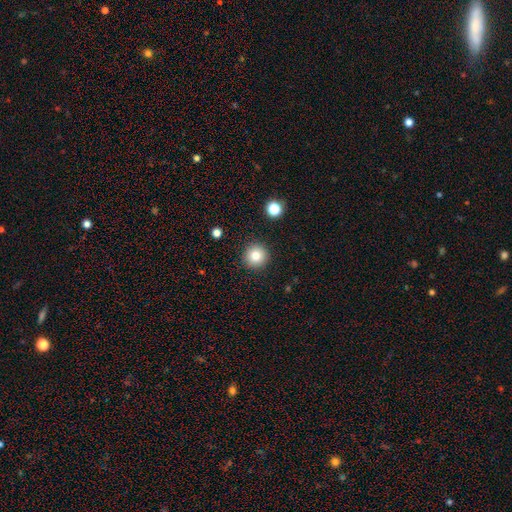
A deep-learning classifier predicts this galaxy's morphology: This appears to be a smooth galaxy with no disk features (82%) that is round (95%). Merging: none (91%).